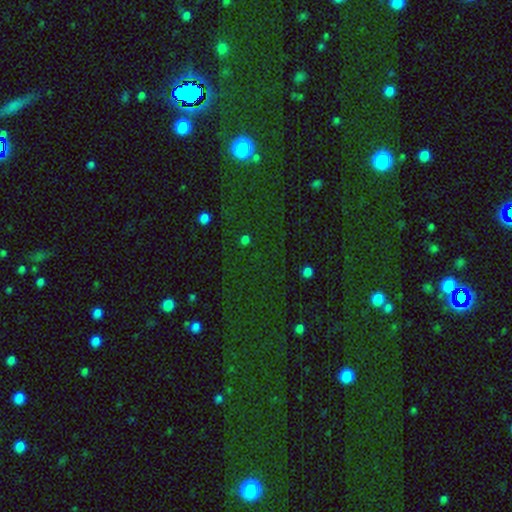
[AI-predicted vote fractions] Smooth or featured? Predicted: star or artifact (p=0.74).